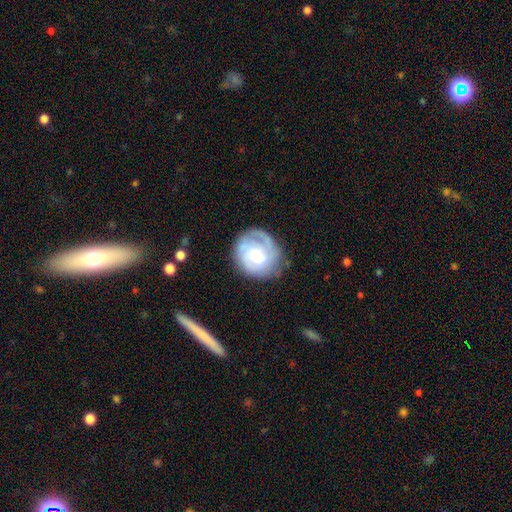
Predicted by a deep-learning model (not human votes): Smooth or featured?
  - featured or disk: 66% *
  - smooth: 28%
  - star or artifact: 6%
Edge-on disk?
  - no: 97% *
  - yes: 3%
Bar?
  - no: 70% *
  - weak: 27%
  - strong: 4%
Spiral arms?
  - yes: 85% *
  - no: 15%
Spiral winding?
  - tight: 59% *
  - medium: 30%
  - loose: 11%
Spiral arm count?
  - can't tell: 37% *
  - 2: 28%
  - 3: 15%
  - 1: 13%
  - 4: 4%
  - more than 4: 3%
Bulge size?
  - moderate: 57% *
  - small: 32%
  - large: 8%
  - none: 2%
  - dominant: 1%
Merging?
  - none: 70% *
  - minor disturbance: 20%
  - major disturbance: 8%
  - merger: 2%